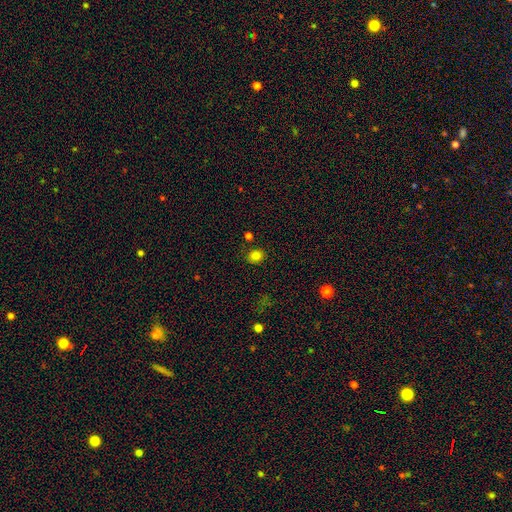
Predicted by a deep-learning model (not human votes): Smooth or featured? smooth (82%)
How rounded? round (66%)
Merging? none (85%)